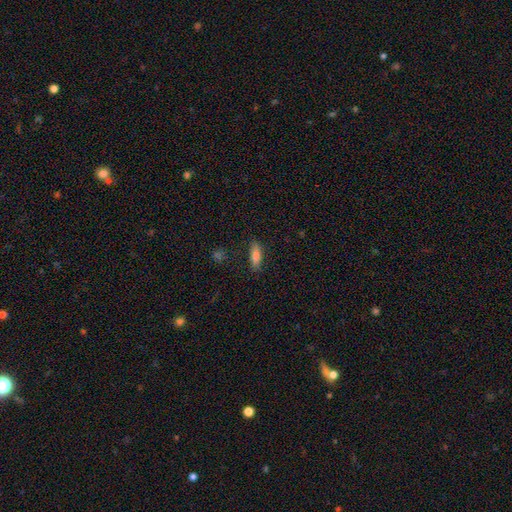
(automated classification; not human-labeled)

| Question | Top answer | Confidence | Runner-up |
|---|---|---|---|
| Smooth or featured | smooth | 81% | featured or disk (11%) |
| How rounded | in between | 60% | cigar-shaped (38%) |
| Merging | none | 83% | minor disturbance (12%) |